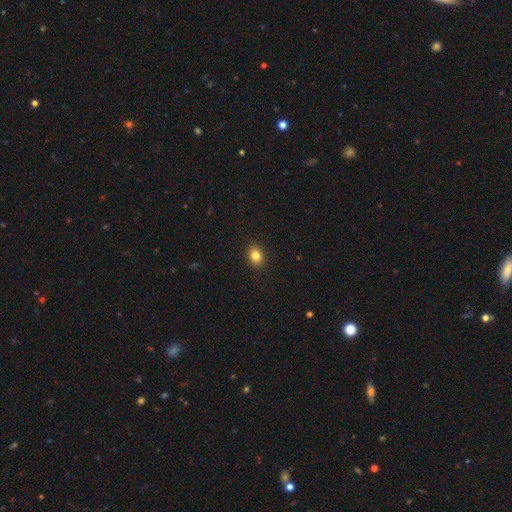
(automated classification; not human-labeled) A smooth galaxy with no disk features (84%) that is in between round and cigar-shaped (58%).

Vote fractions:
- Smooth or featured? smooth: 84% / star or artifact: 10% / featured or disk: 6%
- How rounded? in between: 58% / round: 41% / cigar-shaped: 1%
- Merging? none: 91% / minor disturbance: 7% / major disturbance: 2% / merger: 1%